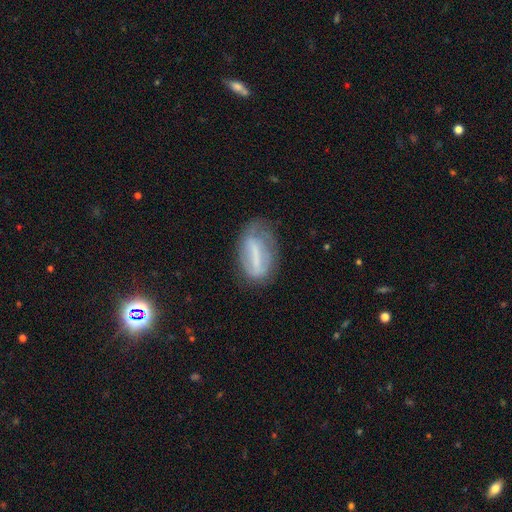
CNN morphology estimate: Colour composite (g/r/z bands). It shows a featured or disk galaxy (53%). Merging: none (57%).